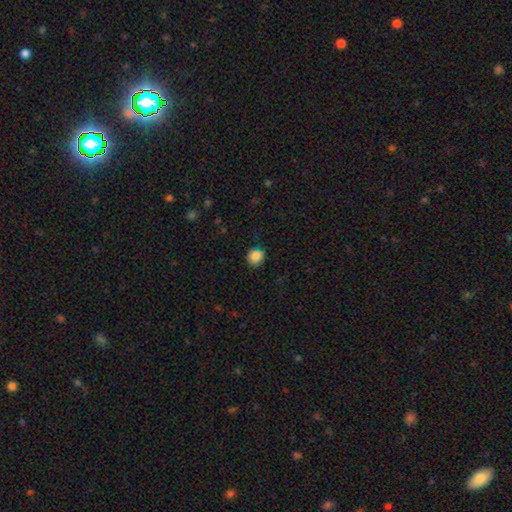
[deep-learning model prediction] Smooth or featured? Predicted: smooth (p=0.86). How rounded? Predicted: round (p=0.82). Merging? Predicted: none (p=0.78).